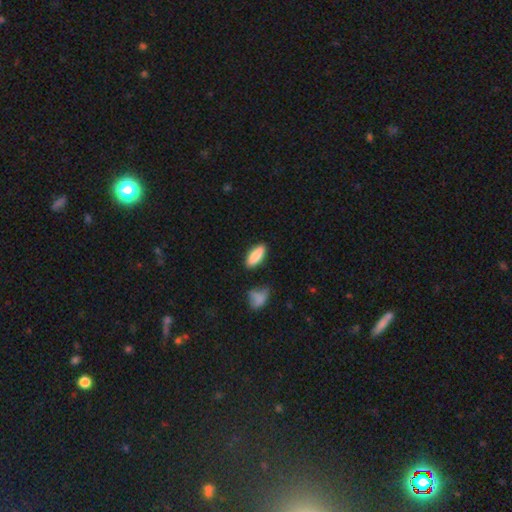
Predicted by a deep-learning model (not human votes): Q: Smooth or featured?
A: smooth (86%); runner-up: featured or disk (8%)
Q: How rounded?
A: in between (67%); runner-up: cigar-shaped (30%)
Q: Merging?
A: none (83%); runner-up: minor disturbance (11%)